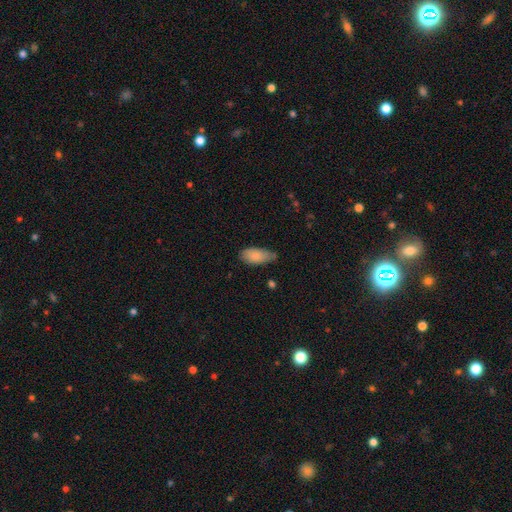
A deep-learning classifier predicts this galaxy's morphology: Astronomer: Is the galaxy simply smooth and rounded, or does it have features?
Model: smooth — 86%.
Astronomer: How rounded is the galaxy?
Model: in between — 89%.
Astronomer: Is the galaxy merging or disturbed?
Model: none — 64%.